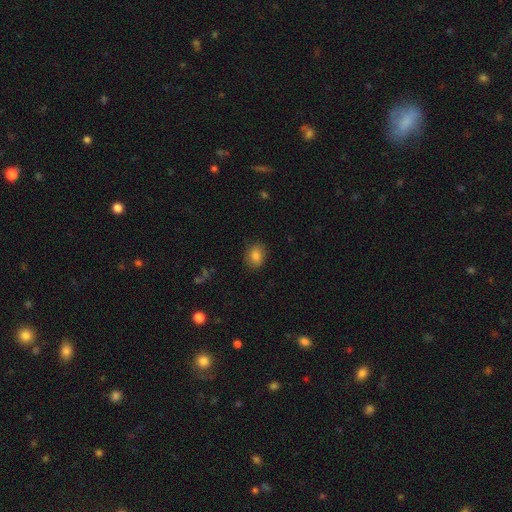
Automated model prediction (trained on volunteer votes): This is clearly a smooth galaxy (84%). How rounded: possibly in between (56%). Merging: clearly none (84%).